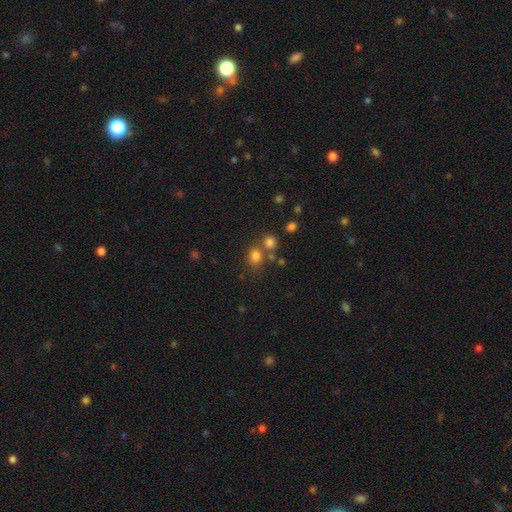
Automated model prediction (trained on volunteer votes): Morphology: type=smooth (77%); roundness=round (73%); merging=none (60%).